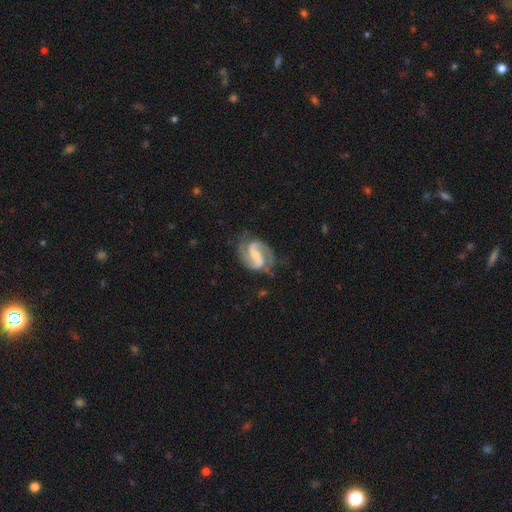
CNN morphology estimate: This is clearly a featured or disk galaxy (88%). It is clearly not viewed edge-on (98%). Bar: marginally weak (42%). Spiral arm pattern: clearly yes (97%). Spiral arm count: clearly 2 (91%). Spiral winding: possibly medium (54%). Central bulge: possibly small (49%). Merging: likely none (72%).